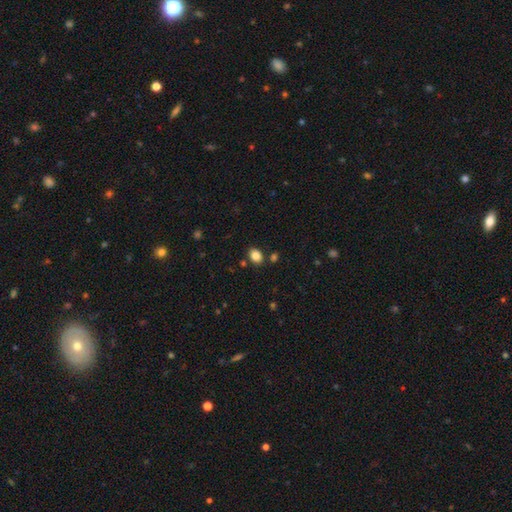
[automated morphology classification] A smooth galaxy with no disk features (85%) that is in between round and cigar-shaped (64%). Merging: none (82%).